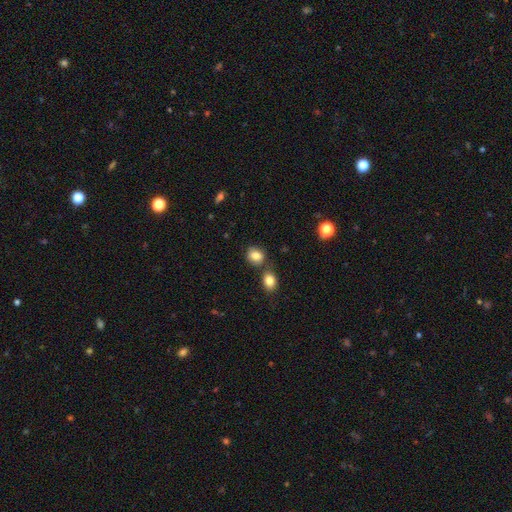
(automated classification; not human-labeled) smooth_or_featured: smooth (p=0.83) [alt: star or artifact p=0.09]
how_rounded: round (p=0.58) [alt: in between p=0.41]
merging: none (p=0.68) [alt: merger p=0.17]